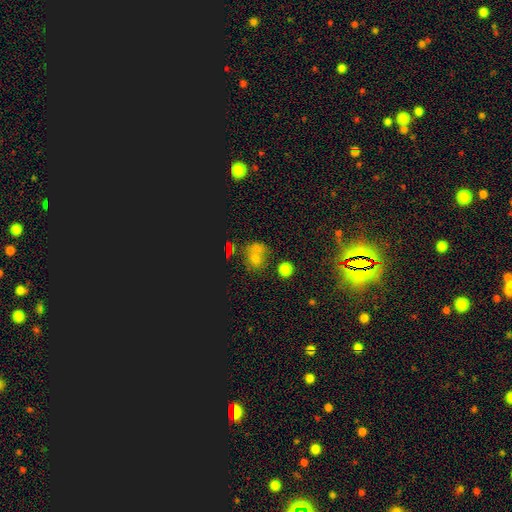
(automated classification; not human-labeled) A smooth galaxy with no disk features (51%) that is round (69%). Merging: none (49%).